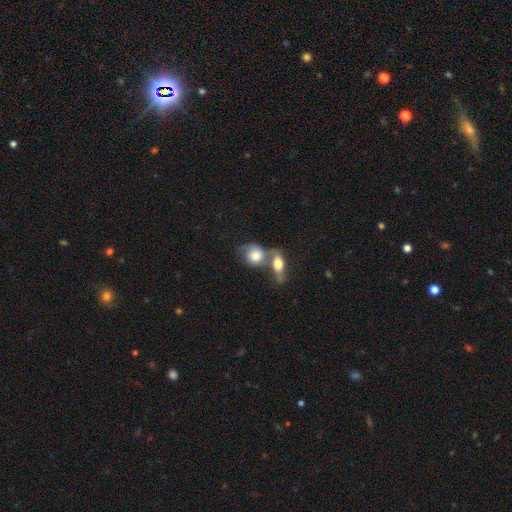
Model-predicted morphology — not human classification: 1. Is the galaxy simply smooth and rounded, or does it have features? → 67% smooth, 26% featured or disk, 7% star or artifact.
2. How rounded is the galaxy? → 51% in between, 46% round, 3% cigar-shaped.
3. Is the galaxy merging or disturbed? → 63% merger, 20% none, 10% minor disturbance, 7% major disturbance.